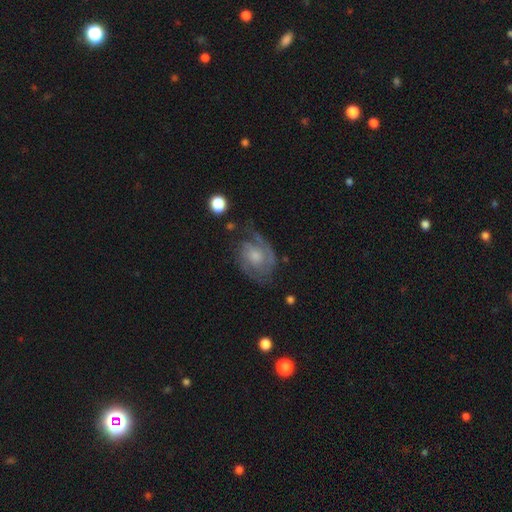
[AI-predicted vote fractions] featured or disk 82%, smooth 12%, star or artifact 6%. Down the decision tree: edge-on disk — no (97%); bar — no (68%); spiral arms — yes (94%); spiral arm count — 2 (70%); spiral winding — tight (44%); bulge size — small (42%); merging — none (63%).